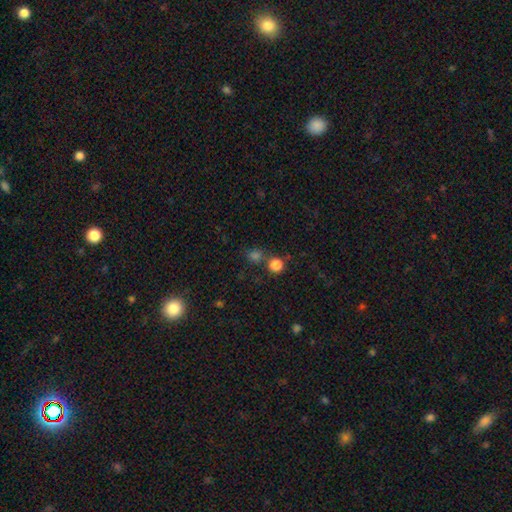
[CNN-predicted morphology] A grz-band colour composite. It shows a smooth galaxy with no disk features (67%) that is round (88%). Merging: none (71%).